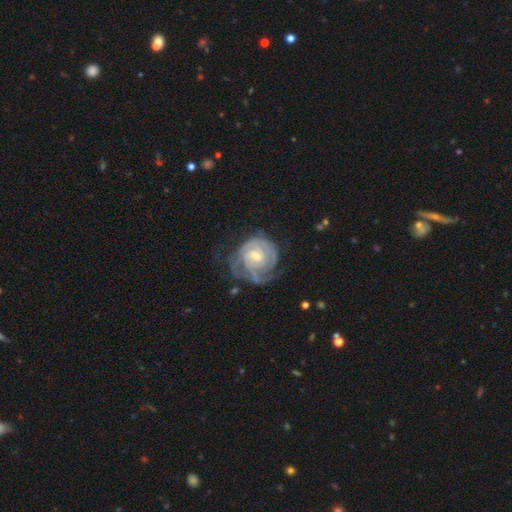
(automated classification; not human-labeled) smooth_or_featured: featured or disk (p=0.86) [alt: smooth p=0.09]
disk_edge_on: no (p=0.98) [alt: yes p=0.02]
bar: weak (p=0.47) [alt: no p=0.43]
has_spiral_arms: yes (p=0.96) [alt: no p=0.04]
spiral_winding: tight (p=0.73) [alt: medium p=0.22]
spiral_arm_count: can't tell (p=0.33) [alt: 2 p=0.28]
bulge_size: small (p=0.48) [alt: moderate p=0.46]
merging: none (p=0.55) [alt: minor disturbance p=0.24]